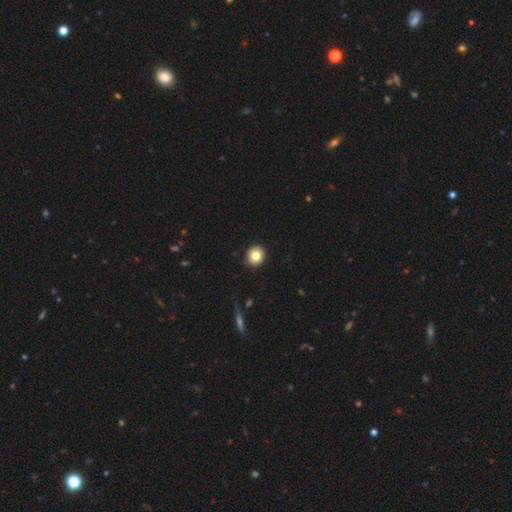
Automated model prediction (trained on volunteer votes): smooth 81%, star or artifact 10%, featured or disk 9%. Down the decision tree: how rounded — round (86%); merging — none (90%).